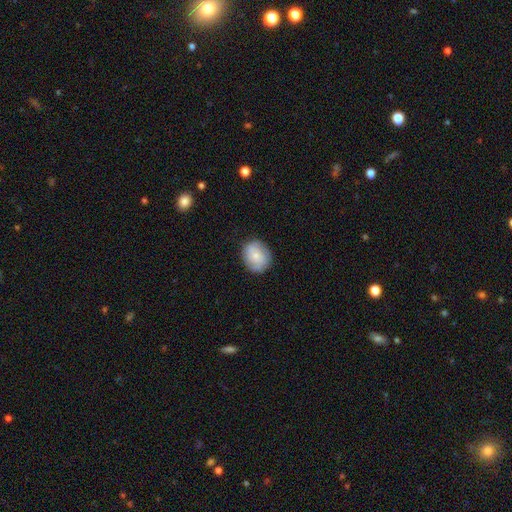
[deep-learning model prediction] Smooth or featured?
  - smooth: 65% *
  - featured or disk: 28%
  - star or artifact: 7%
How rounded?
  - round: 66% *
  - in between: 33%
  - cigar-shaped: 1%
Merging?
  - none: 81% *
  - minor disturbance: 14%
  - major disturbance: 4%
  - merger: 1%